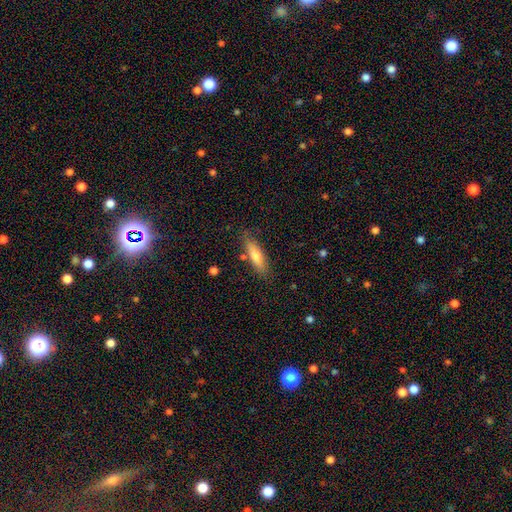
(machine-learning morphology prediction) type=smooth (68%); roundness=cigar-shaped (66%); merging=none (79%).